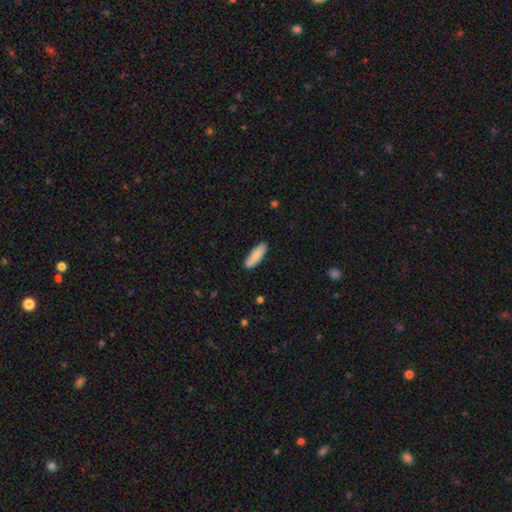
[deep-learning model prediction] This appears to be a smooth galaxy with no disk features (86%) that is in between round and cigar-shaped (52%). Merging: none (86%).